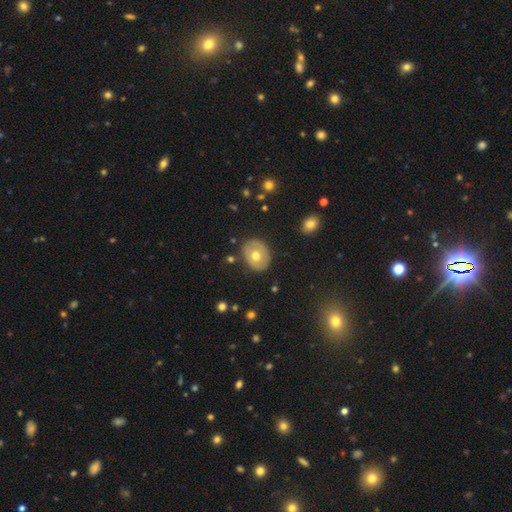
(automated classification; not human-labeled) This is possibly a smooth galaxy (55%). How rounded: possibly in between (53%). Merging: clearly none (84%).